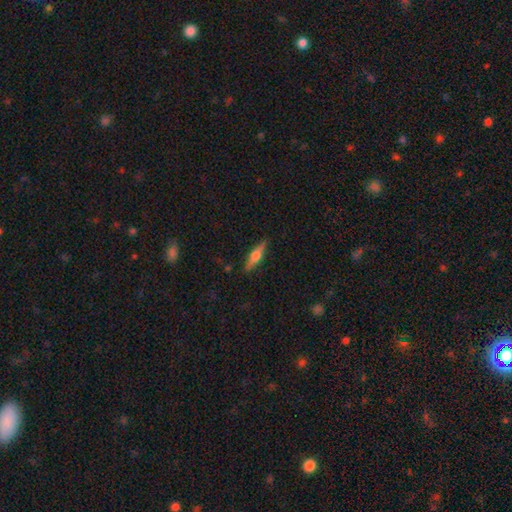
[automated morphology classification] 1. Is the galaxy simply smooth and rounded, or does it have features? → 56% featured or disk, 37% smooth, 7% star or artifact.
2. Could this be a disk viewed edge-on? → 96% yes, 4% no.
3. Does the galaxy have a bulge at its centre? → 91% rounded, 6% boxy, 3% none.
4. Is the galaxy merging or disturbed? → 88% none, 9% minor disturbance, 2% major disturbance, 1% merger.